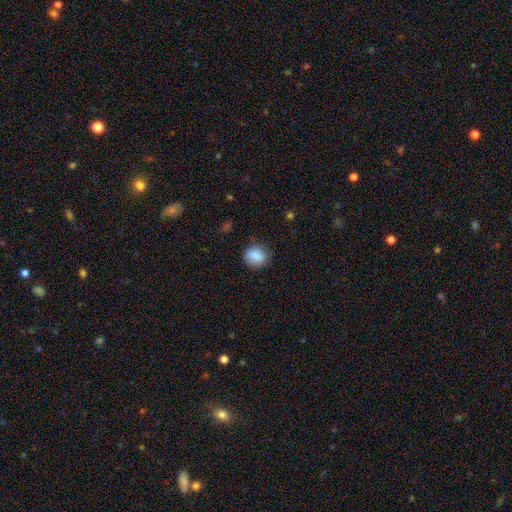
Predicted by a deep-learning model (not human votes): Smooth or featured: smooth — 86% (star or artifact — 8%)
How rounded: round — 50% (in between — 48%)
Merging: none — 80% (minor disturbance — 15%)